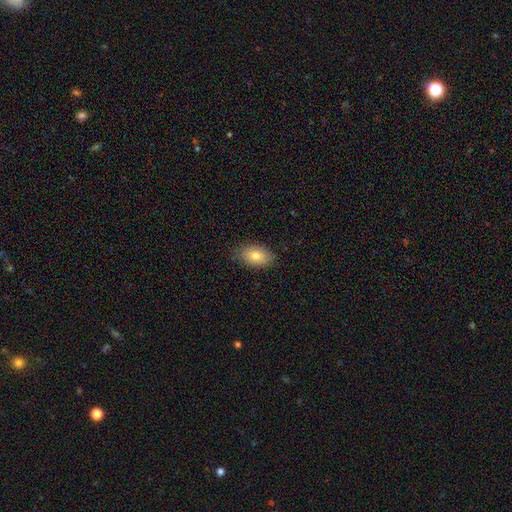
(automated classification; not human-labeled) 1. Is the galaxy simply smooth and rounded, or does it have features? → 81% smooth, 11% featured or disk, 8% star or artifact.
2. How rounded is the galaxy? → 88% in between, 11% round, 2% cigar-shaped.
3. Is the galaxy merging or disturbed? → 85% none, 12% minor disturbance, 2% major disturbance, 1% merger.